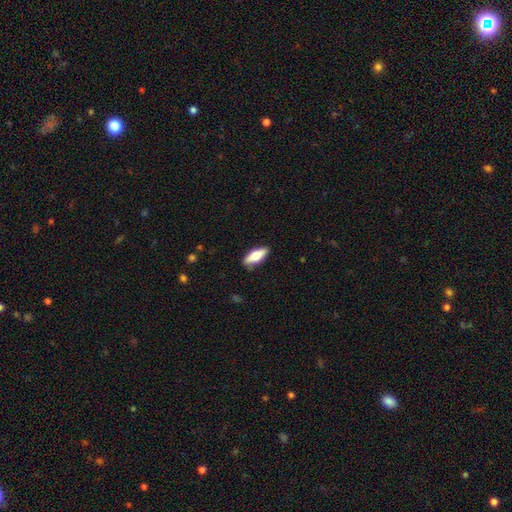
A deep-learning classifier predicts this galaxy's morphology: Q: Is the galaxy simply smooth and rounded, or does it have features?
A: smooth — 63%.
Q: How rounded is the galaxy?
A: in between — 64%.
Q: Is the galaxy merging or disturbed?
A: none — 85%.